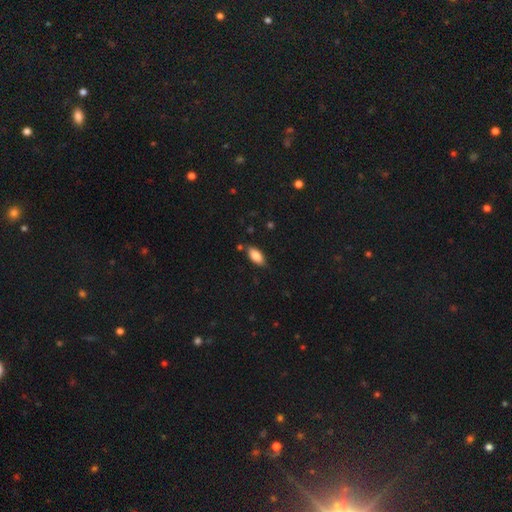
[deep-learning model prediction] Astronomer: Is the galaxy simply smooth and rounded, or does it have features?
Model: smooth — 83%.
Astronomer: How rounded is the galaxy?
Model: in between — 89%.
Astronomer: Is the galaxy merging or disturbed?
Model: none — 81%.